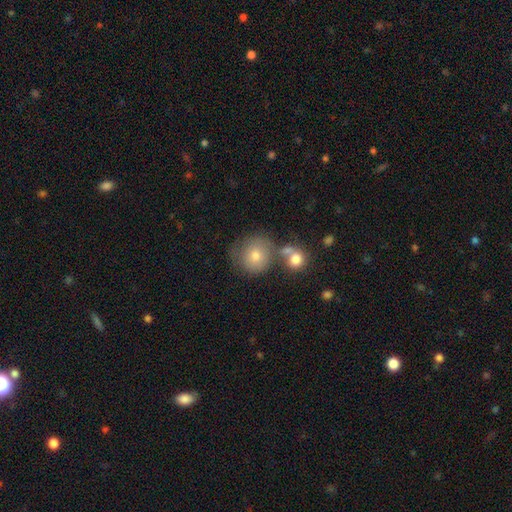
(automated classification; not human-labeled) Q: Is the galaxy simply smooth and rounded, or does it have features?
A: smooth — 72%.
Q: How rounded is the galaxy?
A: round — 89%.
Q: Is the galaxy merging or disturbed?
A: none — 57%.